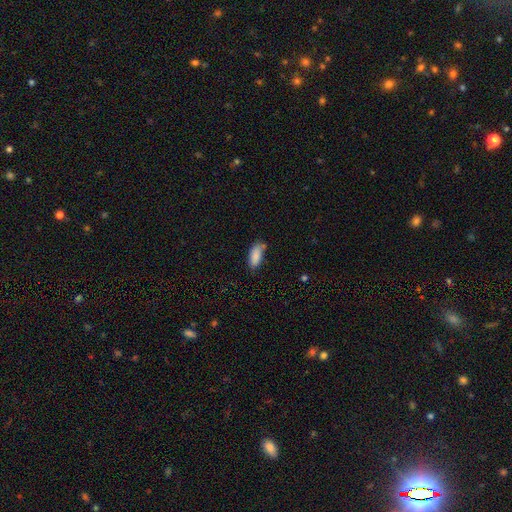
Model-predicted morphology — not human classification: A smooth galaxy with no disk features (87%) that is in between round and cigar-shaped (83%). Merging: none (61%).